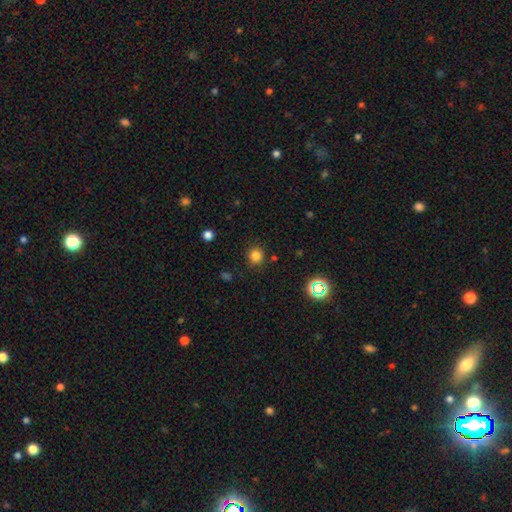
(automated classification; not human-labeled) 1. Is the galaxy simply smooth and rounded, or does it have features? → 80% smooth, 15% star or artifact, 5% featured or disk.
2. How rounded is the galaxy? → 89% round, 10% in between, 1% cigar-shaped.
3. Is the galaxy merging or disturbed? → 85% none, 9% minor disturbance, 3% major disturbance, 2% merger.